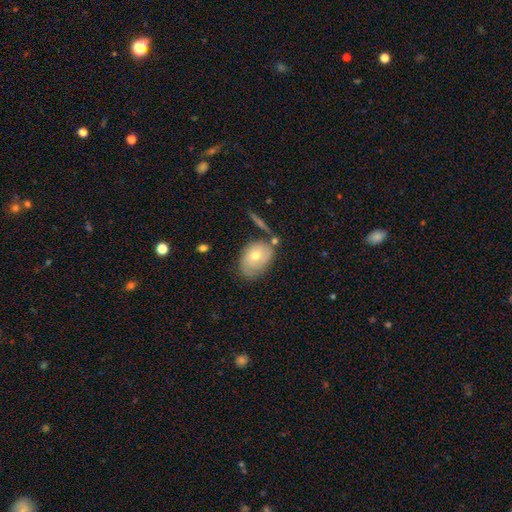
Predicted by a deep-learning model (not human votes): This is likely a smooth galaxy (60%). How rounded: likely in between (76%). Merging: possibly none (58%).